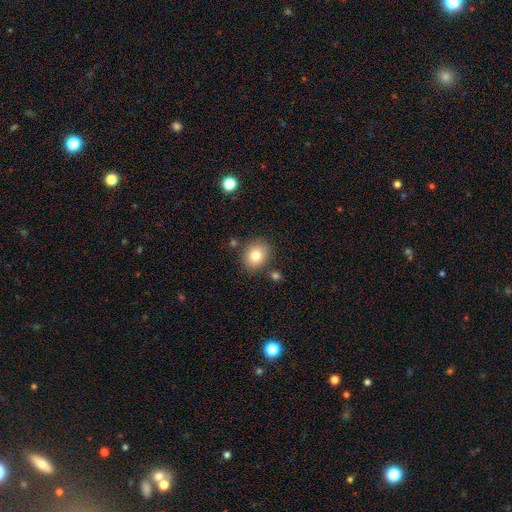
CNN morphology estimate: Overall: smooth (80%). How rounded: round (55%; in between 44%). Merging: none (81%).